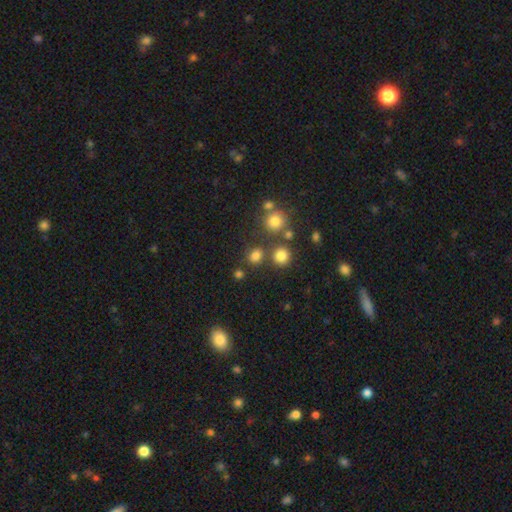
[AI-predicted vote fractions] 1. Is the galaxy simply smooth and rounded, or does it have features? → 77% smooth, 17% star or artifact, 6% featured or disk.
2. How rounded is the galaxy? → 73% round, 26% in between, 1% cigar-shaped.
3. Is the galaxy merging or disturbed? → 74% none, 13% merger, 9% minor disturbance, 4% major disturbance.